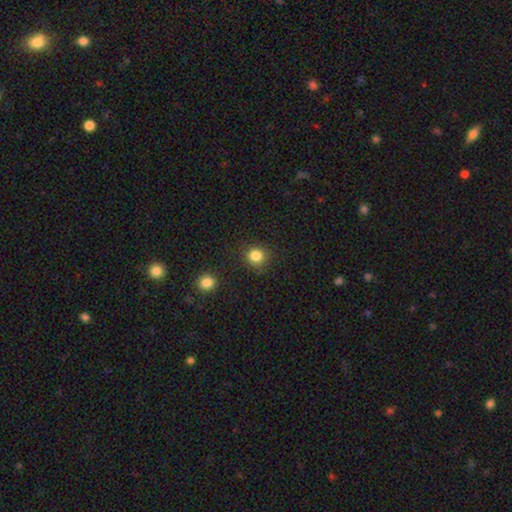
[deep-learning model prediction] smooth 84%, star or artifact 12%, featured or disk 4%. Down the decision tree: how rounded — round (87%); merging — none (85%).